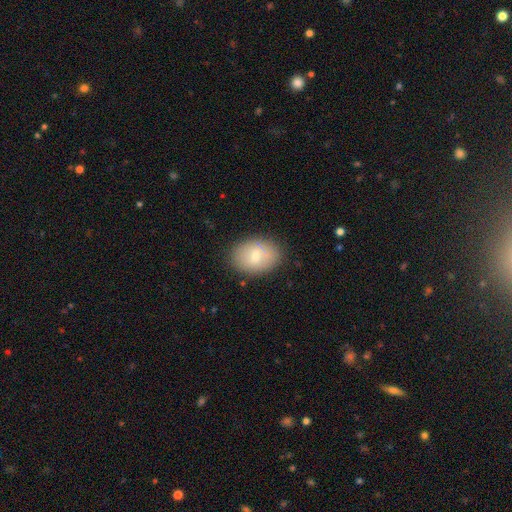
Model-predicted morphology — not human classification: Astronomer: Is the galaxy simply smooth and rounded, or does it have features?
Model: smooth — 71%.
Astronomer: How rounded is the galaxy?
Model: in between — 77%.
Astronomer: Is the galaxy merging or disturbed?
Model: none — 84%.